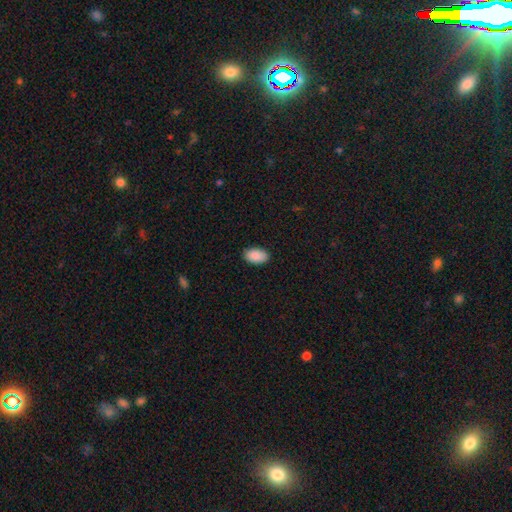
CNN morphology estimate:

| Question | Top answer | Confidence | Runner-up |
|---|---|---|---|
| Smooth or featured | smooth | 90% | star or artifact (6%) |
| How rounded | in between | 95% | round (4%) |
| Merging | none | 89% | minor disturbance (8%) |